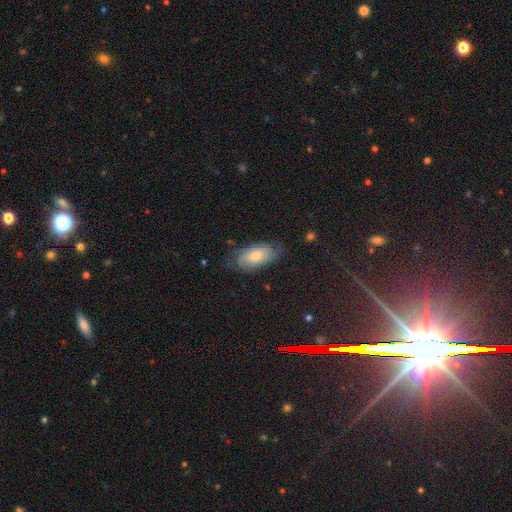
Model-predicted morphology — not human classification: Overall: featured or disk (45%; smooth 43%). Merging: none (68%).